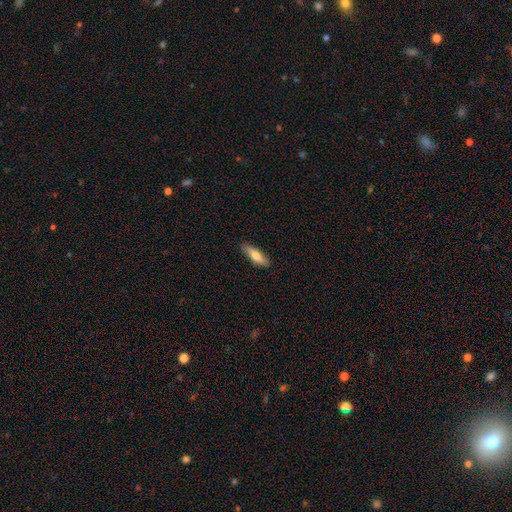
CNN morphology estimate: Overall: smooth (66%; featured or disk 28%). How rounded: cigar-shaped (65%; in between 33%). Merging: none (87%).